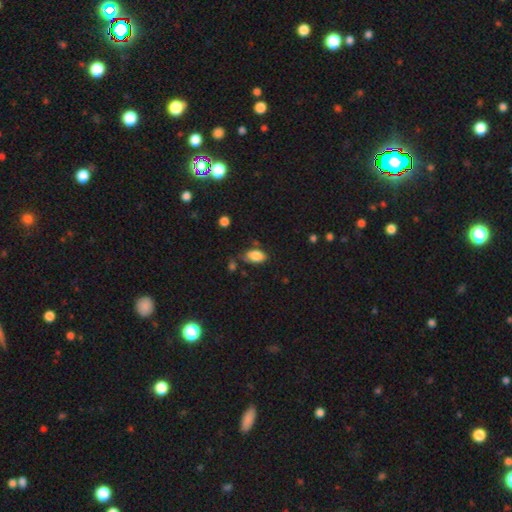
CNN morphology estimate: A smooth galaxy with no disk features (85%) that is in between round and cigar-shaped (93%). Merging: none (65%).